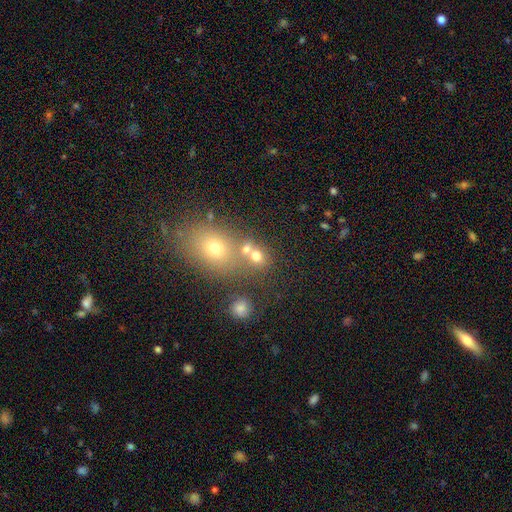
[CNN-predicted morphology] smooth 69%, star or artifact 18%, featured or disk 13%. Down the decision tree: how rounded — round (66%); merging — none (52%).